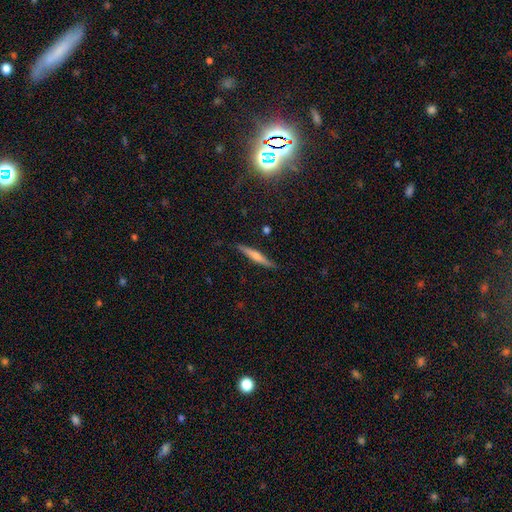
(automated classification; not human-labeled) smooth_or_featured: featured or disk (p=0.49) [alt: smooth p=0.44]
merging: none (p=0.88) [alt: minor disturbance p=0.09]